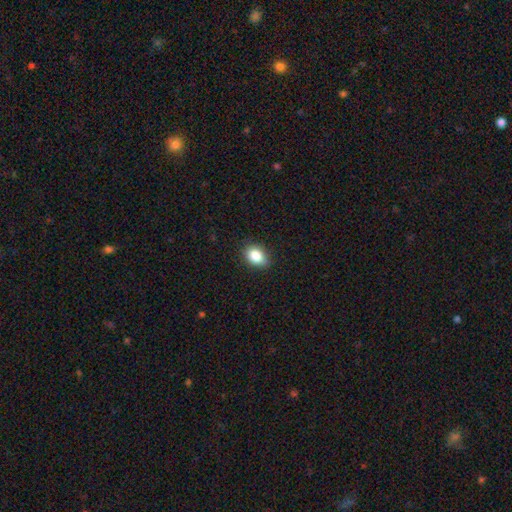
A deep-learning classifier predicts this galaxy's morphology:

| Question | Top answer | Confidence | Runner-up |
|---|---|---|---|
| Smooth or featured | smooth | 85% | star or artifact (9%) |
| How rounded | in between | 73% | round (26%) |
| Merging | none | 83% | minor disturbance (13%) |